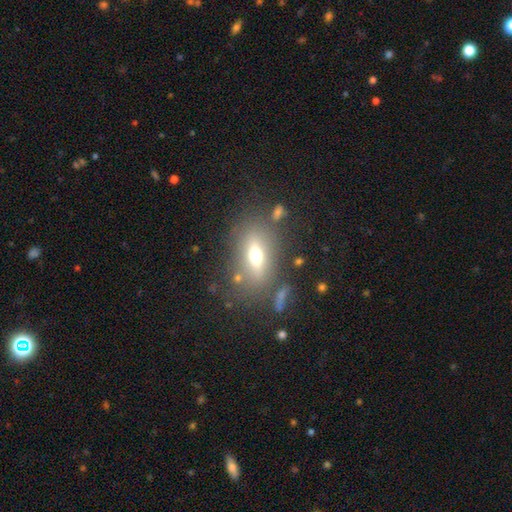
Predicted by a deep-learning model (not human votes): This is possibly a smooth galaxy (56%). How rounded: likely in between (69%). Merging: likely none (73%).